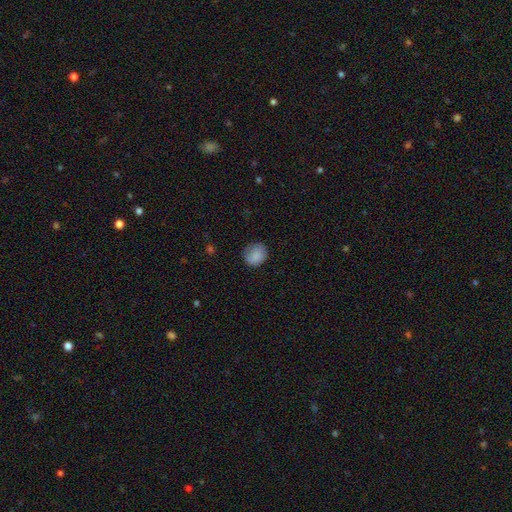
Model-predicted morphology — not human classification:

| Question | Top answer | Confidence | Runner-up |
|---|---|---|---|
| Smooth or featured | smooth | 86% | star or artifact (8%) |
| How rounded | round | 78% | in between (21%) |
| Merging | none | 77% | minor disturbance (18%) |